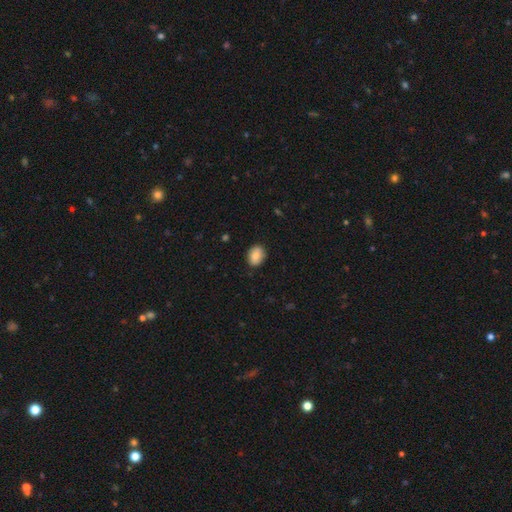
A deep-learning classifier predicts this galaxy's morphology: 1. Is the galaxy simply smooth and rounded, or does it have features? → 79% smooth, 13% featured or disk, 8% star or artifact.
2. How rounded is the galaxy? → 62% in between, 37% round, 1% cigar-shaped.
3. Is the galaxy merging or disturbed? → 84% none, 13% minor disturbance, 2% major disturbance, 1% merger.